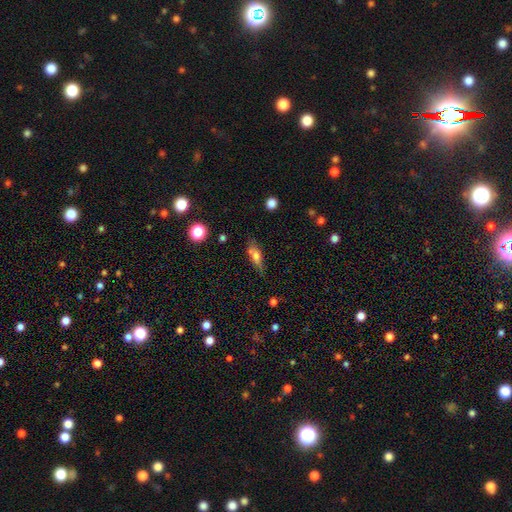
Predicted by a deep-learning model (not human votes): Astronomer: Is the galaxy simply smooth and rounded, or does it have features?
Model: smooth — 61%.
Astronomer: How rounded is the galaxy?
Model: in between — 55% (runner-up: cigar-shaped, 40%).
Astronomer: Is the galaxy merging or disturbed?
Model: none — 61%.